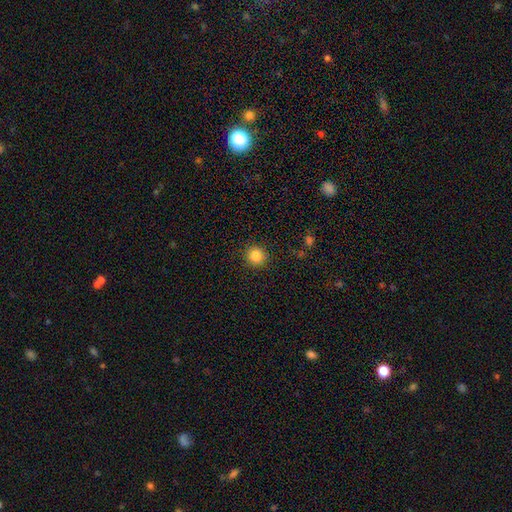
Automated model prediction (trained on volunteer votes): The model was most divided on "smooth or featured": smooth: 85%, star or artifact: 11%, featured or disk: 4%. More confident: how rounded — round (93%); merging — none (90%).